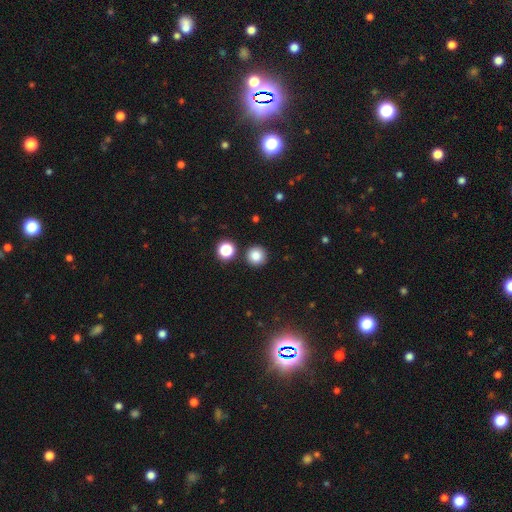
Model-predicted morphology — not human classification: This is clearly a smooth galaxy (83%). How rounded: clearly round (95%). Merging: clearly none (88%).